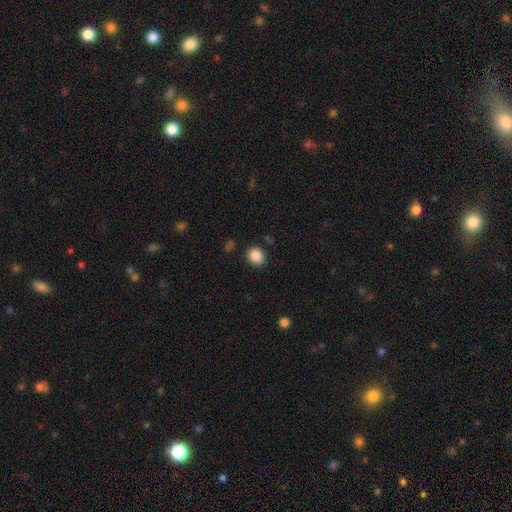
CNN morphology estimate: smooth_or_featured: smooth (p=0.87) [alt: star or artifact p=0.09]
how_rounded: round (p=0.76) [alt: in between p=0.23]
merging: none (p=0.86) [alt: minor disturbance p=0.09]